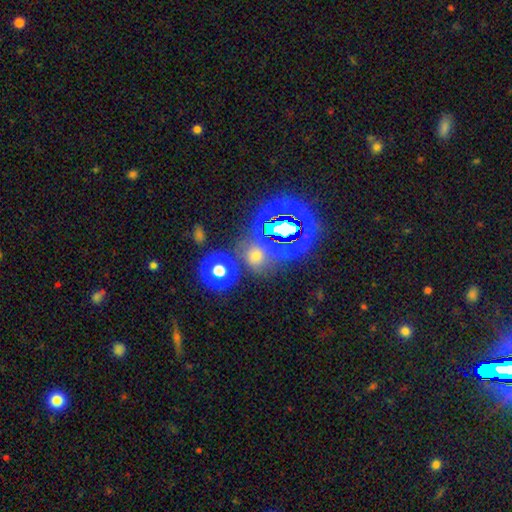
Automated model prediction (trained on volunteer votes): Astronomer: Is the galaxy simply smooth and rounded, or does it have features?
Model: smooth — 46%, tied with star or artifact at 46%.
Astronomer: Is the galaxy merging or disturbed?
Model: none — 71%.